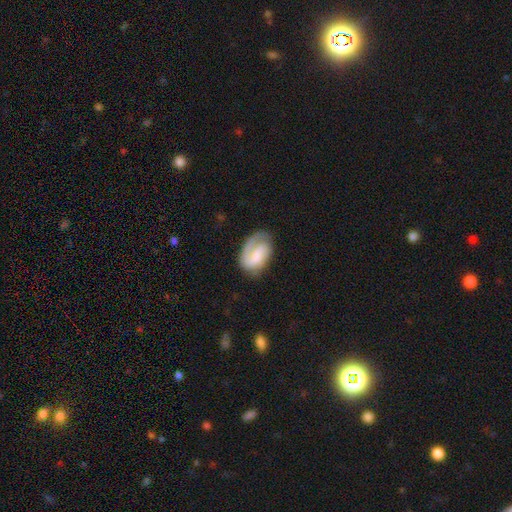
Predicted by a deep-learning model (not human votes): Q: Smooth or featured?
A: featured or disk (61%); runner-up: smooth (33%)
Q: Edge-on disk?
A: no (97%); runner-up: yes (3%)
Q: Bar?
A: no (44%); runner-up: weak (43%)
Q: Spiral arms?
A: yes (88%); runner-up: no (12%)
Q: Spiral winding?
A: tight (40%); runner-up: medium (38%)
Q: Spiral arm count?
A: 1 (60%); runner-up: 2 (27%)
Q: Bulge size?
A: small (35%); runner-up: moderate (29%)
Q: Merging?
A: none (60%); runner-up: minor disturbance (23%)